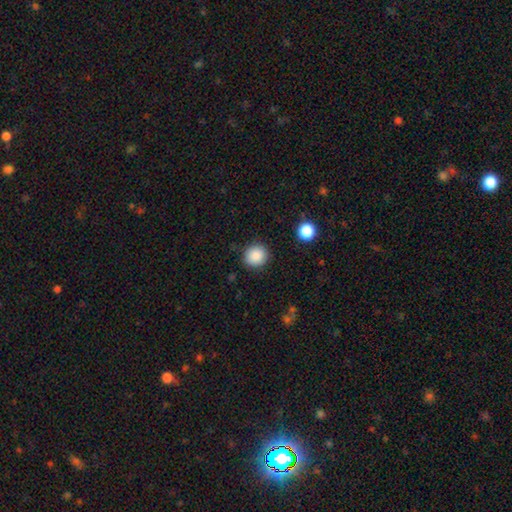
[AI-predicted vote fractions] A smooth galaxy with no disk features (88%) that is round (87%). Merging: none (88%).